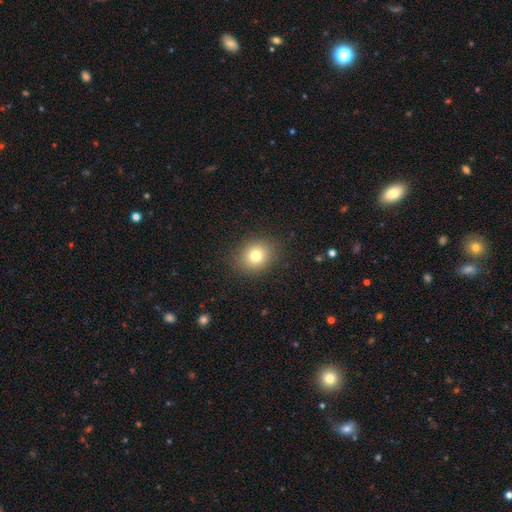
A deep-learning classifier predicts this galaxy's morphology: The model was most divided on "how rounded": round: 69%, in between: 30%, cigar-shaped: 1%. More confident: merging — none (88%); smooth or featured — smooth (78%).